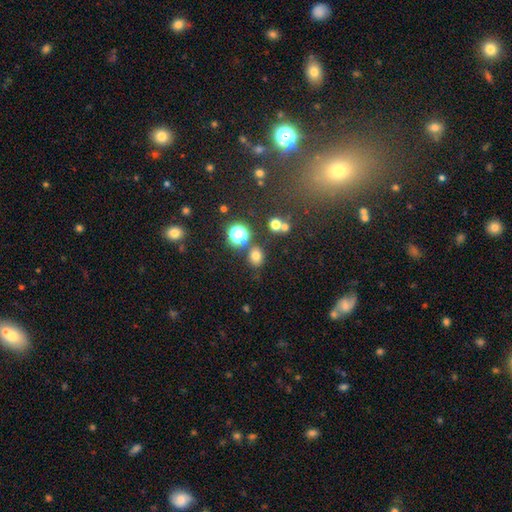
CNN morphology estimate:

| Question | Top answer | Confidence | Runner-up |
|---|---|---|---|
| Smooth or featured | smooth | 71% | star or artifact (21%) |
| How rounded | round | 61% | in between (38%) |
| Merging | none | 77% | minor disturbance (11%) |